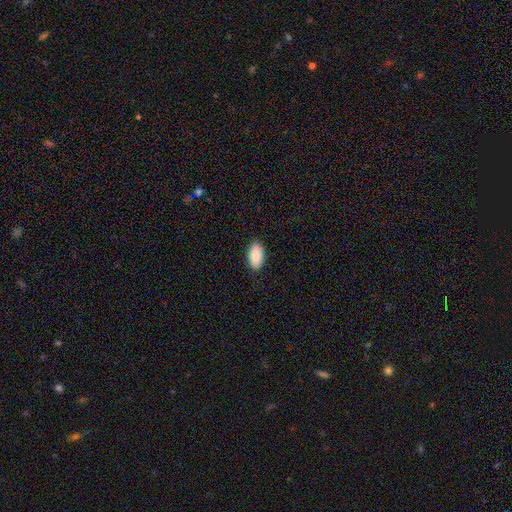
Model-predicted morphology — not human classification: Smooth or featured?
  - smooth: 89% *
  - star or artifact: 6%
  - featured or disk: 5%
How rounded?
  - in between: 95% *
  - round: 3%
  - cigar-shaped: 2%
Merging?
  - none: 85% *
  - minor disturbance: 12%
  - major disturbance: 2%
  - merger: 1%